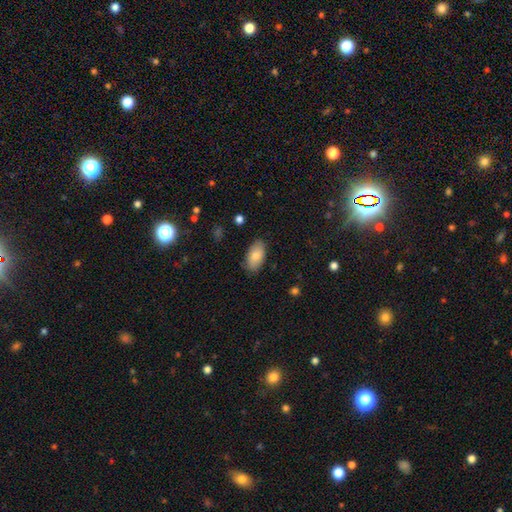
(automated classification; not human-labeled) Overall: smooth (82%). How rounded: in between (94%). Merging: none (82%).